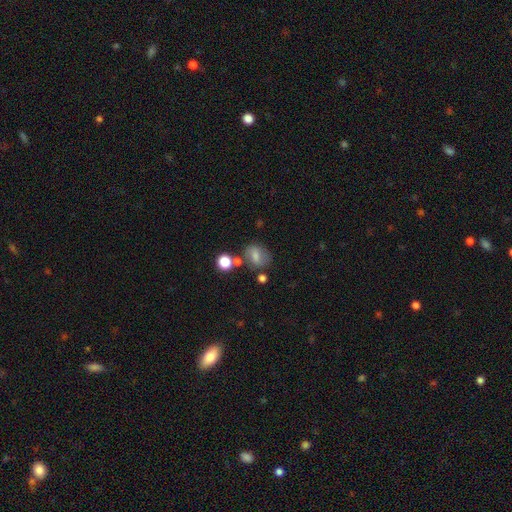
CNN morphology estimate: This is likely a smooth galaxy (63%). How rounded: possibly in between (50%). Merging: likely none (61%).